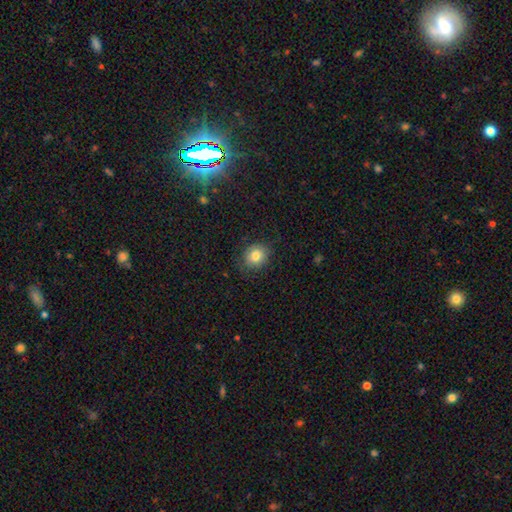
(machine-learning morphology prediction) smooth 81%, star or artifact 10%, featured or disk 9%. Down the decision tree: how rounded — round (75%); merging — none (84%).